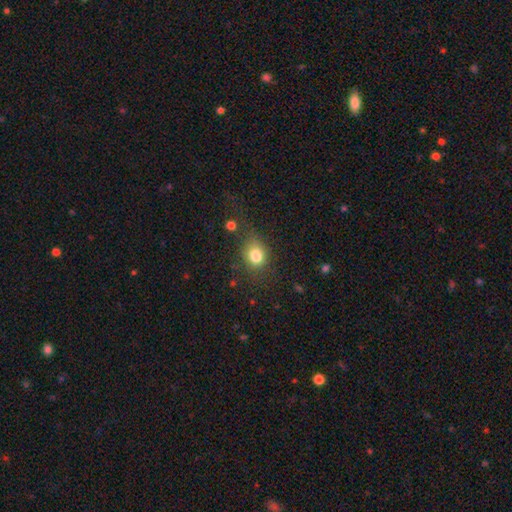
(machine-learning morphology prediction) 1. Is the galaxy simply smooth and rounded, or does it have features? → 81% smooth, 11% star or artifact, 7% featured or disk.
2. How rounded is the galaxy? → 59% round, 40% in between, 1% cigar-shaped.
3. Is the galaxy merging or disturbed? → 62% none, 21% minor disturbance, 11% major disturbance, 6% merger.